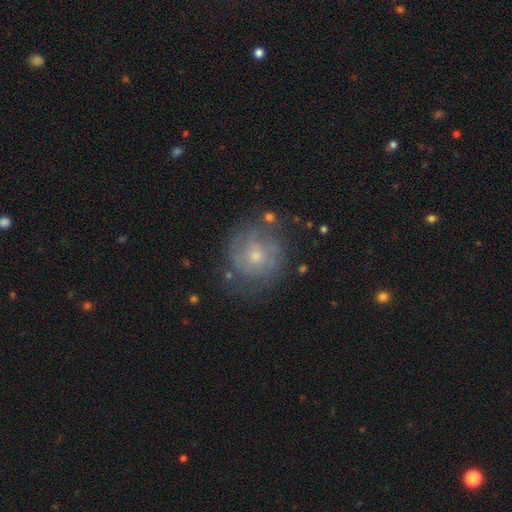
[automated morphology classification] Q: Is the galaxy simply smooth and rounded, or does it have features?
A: featured or disk — 60%.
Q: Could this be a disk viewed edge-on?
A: no — 97%.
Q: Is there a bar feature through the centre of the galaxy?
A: no — 79%.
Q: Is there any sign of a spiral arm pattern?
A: yes — 72%.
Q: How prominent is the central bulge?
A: small — 61%.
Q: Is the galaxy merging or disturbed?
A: none — 67%.